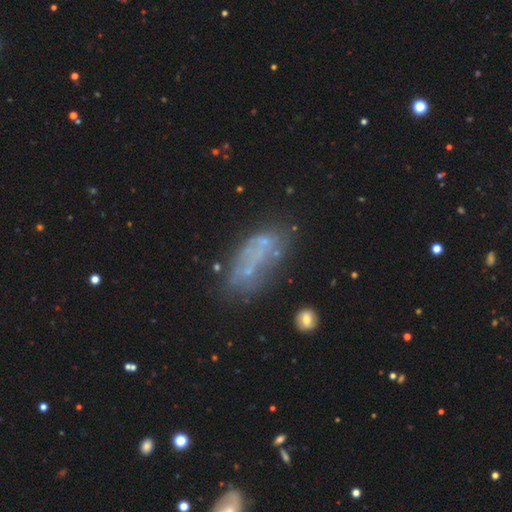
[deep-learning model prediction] Smooth or featured? Predicted: featured or disk (p=0.48). Merging? Predicted: none (p=0.54).